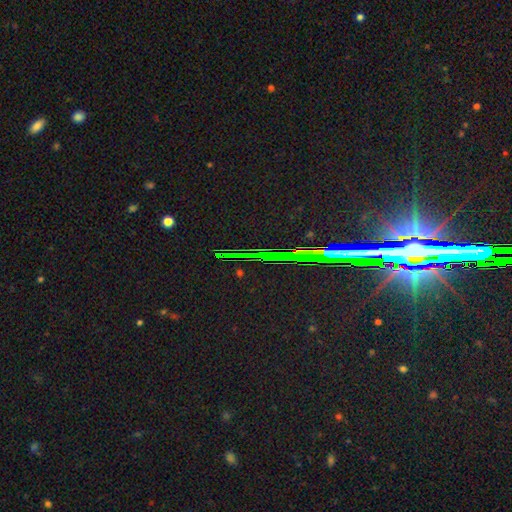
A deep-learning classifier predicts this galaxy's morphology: Q: Smooth or featured?
A: star or artifact (84%); runner-up: featured or disk (9%)